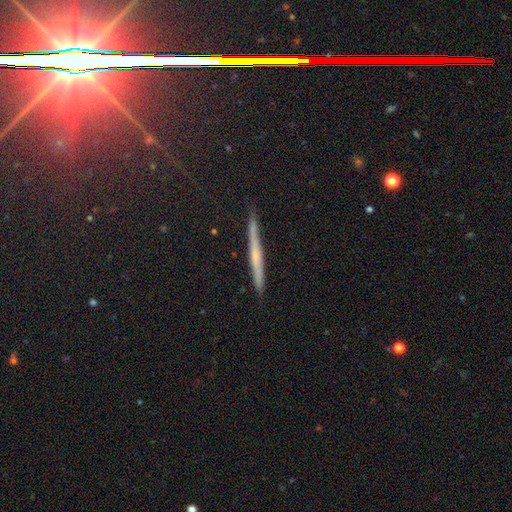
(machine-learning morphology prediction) Smooth or featured? featured or disk (52%)
Edge-on disk? yes (97%)
Edge-on bulge? none (65%)
Merging? none (91%)